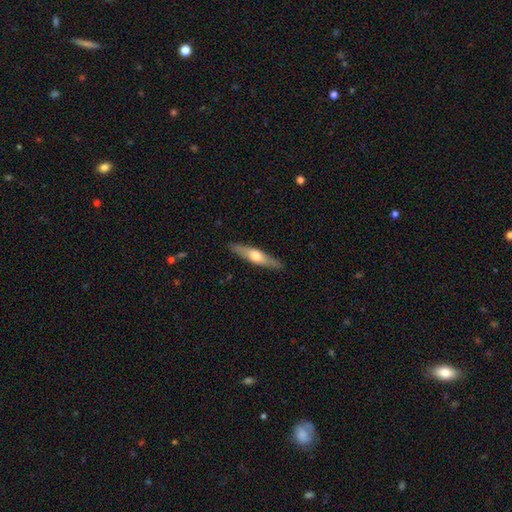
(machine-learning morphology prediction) Smooth or featured: featured or disk — 53% (smooth — 43%)
Edge-on disk: yes — 92% (no — 8%)
Merging: none — 89% (minor disturbance — 8%)